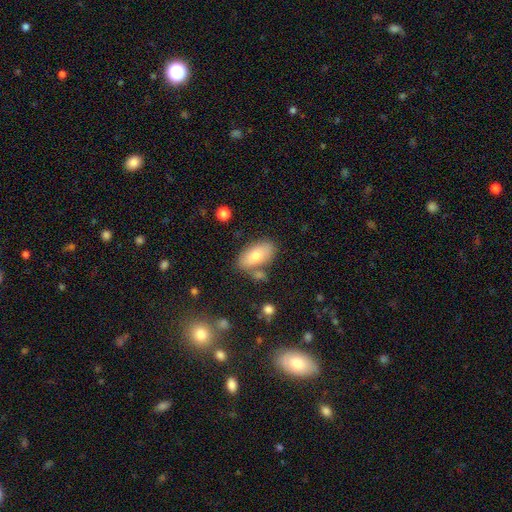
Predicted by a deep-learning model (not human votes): smooth 75%, featured or disk 18%, star or artifact 7%. Down the decision tree: how rounded — in between (92%); merging — none (71%).